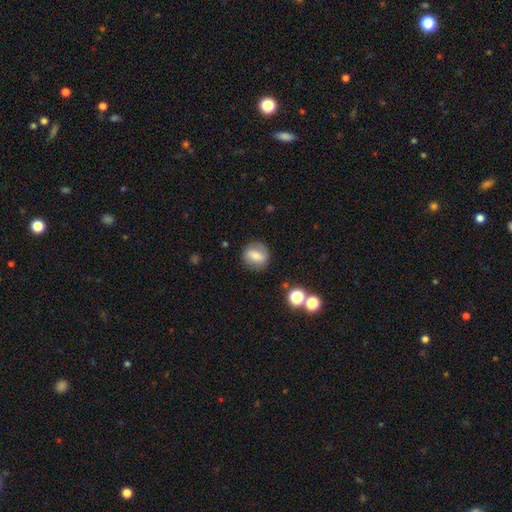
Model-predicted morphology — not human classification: smooth_or_featured: smooth (p=0.68) [alt: featured or disk p=0.22]
how_rounded: round (p=0.67) [alt: in between p=0.31]
merging: none (p=0.82) [alt: minor disturbance p=0.12]